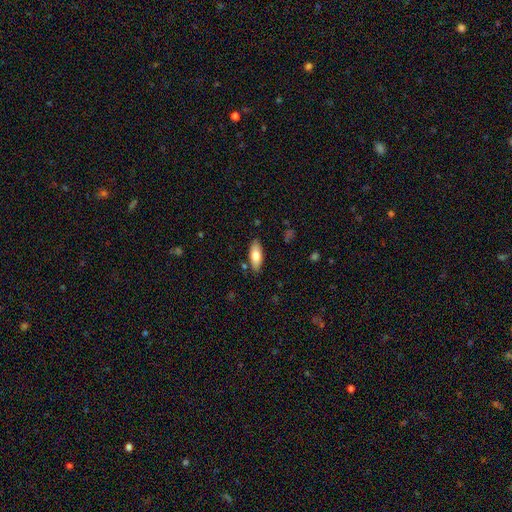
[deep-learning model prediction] Smooth or featured? Predicted: smooth (p=0.76). How rounded? Predicted: in between (p=0.78). Merging? Predicted: none (p=0.86).